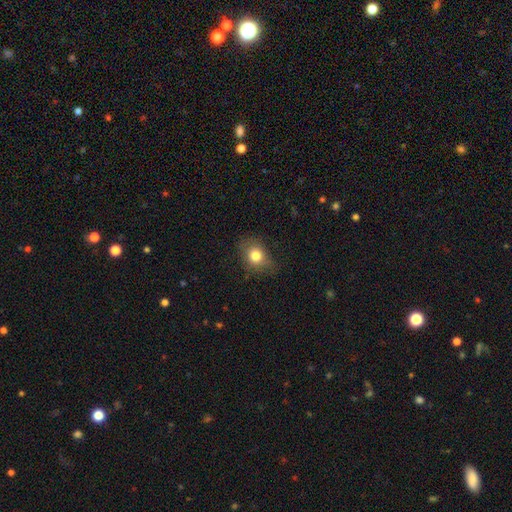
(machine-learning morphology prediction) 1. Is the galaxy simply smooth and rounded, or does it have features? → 79% smooth, 11% star or artifact, 10% featured or disk.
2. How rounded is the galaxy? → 50% round, 48% in between, 1% cigar-shaped.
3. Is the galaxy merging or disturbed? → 72% none, 21% minor disturbance, 6% major disturbance, 1% merger.